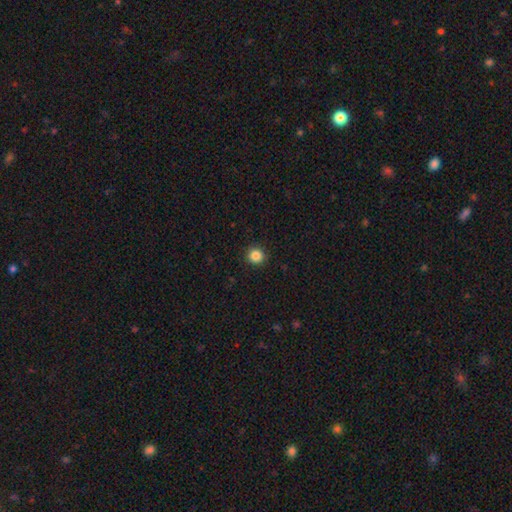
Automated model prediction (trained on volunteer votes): A smooth galaxy with no disk features (86%) that is round (93%). Merging: none (92%).